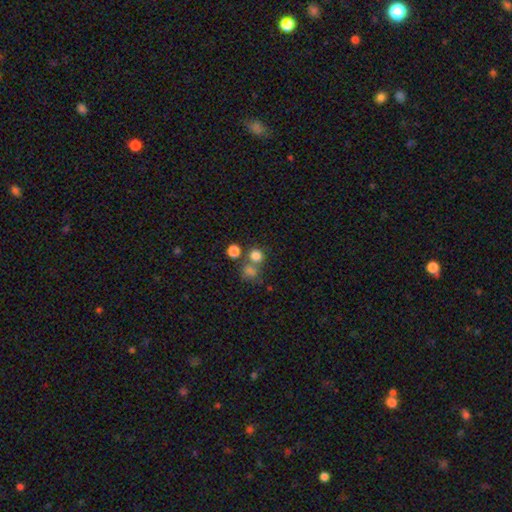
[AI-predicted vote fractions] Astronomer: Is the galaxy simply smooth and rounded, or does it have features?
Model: smooth — 77%.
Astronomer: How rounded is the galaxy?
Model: round — 84%.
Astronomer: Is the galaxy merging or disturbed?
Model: none — 57%.